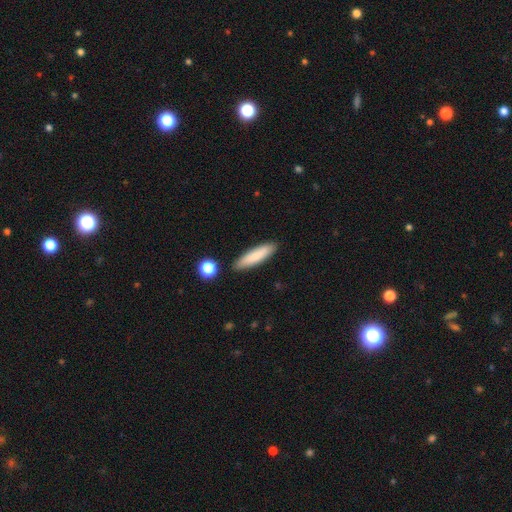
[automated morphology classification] A smooth galaxy with no disk features (83%) that is cigar-shaped (75%). Merging: none (88%).